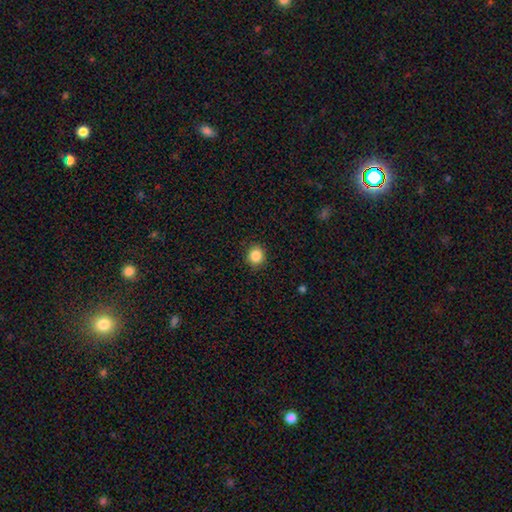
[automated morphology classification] A smooth galaxy with no disk features (85%) that is round (84%). Merging: none (90%).